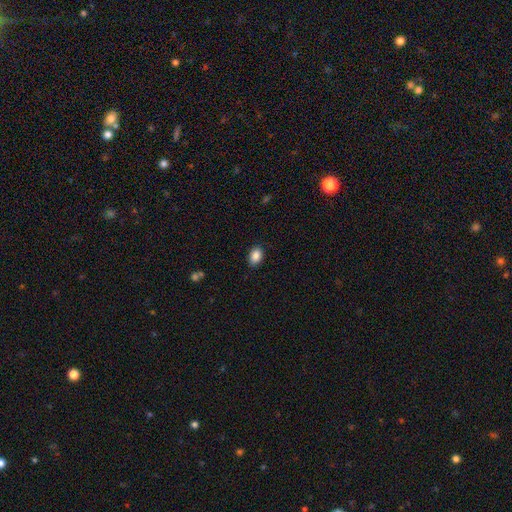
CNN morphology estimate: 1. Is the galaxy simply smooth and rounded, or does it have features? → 89% smooth, 8% star or artifact, 4% featured or disk.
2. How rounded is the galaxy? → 81% in between, 18% round, 1% cigar-shaped.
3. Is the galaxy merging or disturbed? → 87% none, 10% minor disturbance, 2% major disturbance, 1% merger.